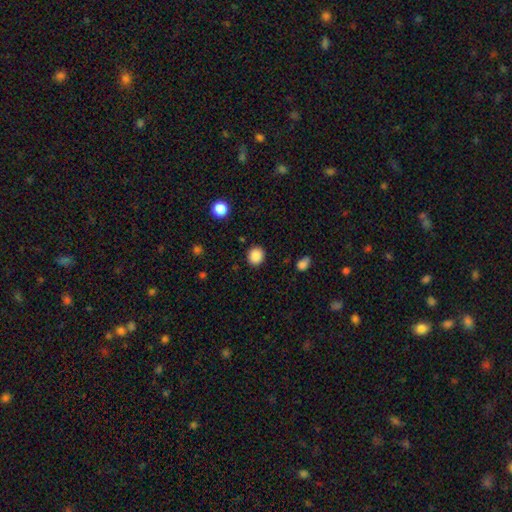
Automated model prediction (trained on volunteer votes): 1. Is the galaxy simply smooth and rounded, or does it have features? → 88% smooth, 10% star or artifact, 3% featured or disk.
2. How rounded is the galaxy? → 83% round, 17% in between, 1% cigar-shaped.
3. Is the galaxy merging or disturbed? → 89% none, 7% minor disturbance, 3% major disturbance, 1% merger.